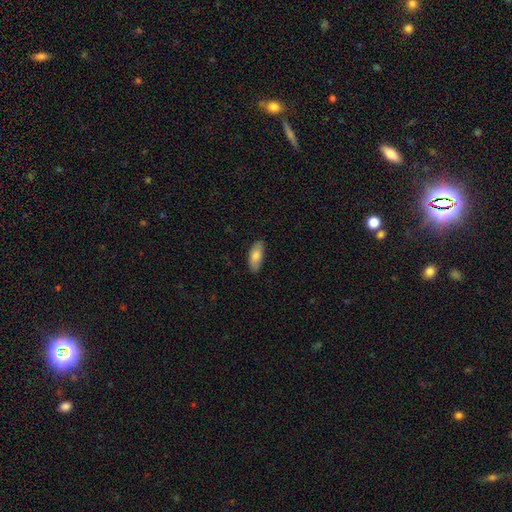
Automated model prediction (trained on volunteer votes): This appears to be a smooth galaxy with no disk features (80%) that is in between round and cigar-shaped (82%). Merging: none (83%).